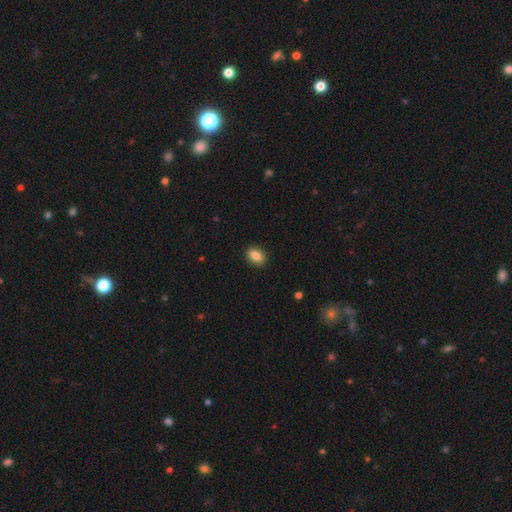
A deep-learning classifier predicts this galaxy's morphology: Smooth or featured? Predicted: smooth (p=0.86). How rounded? Predicted: in between (p=0.79). Merging? Predicted: none (p=0.90).